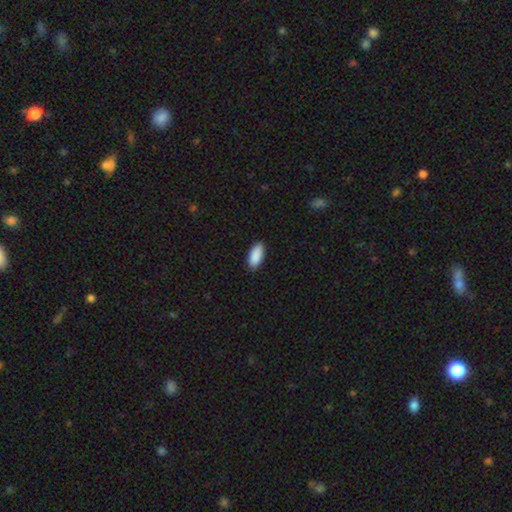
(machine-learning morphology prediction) Q: Smooth or featured?
A: smooth (91%); runner-up: star or artifact (6%)
Q: How rounded?
A: in between (89%); runner-up: cigar-shaped (9%)
Q: Merging?
A: none (88%); runner-up: minor disturbance (9%)